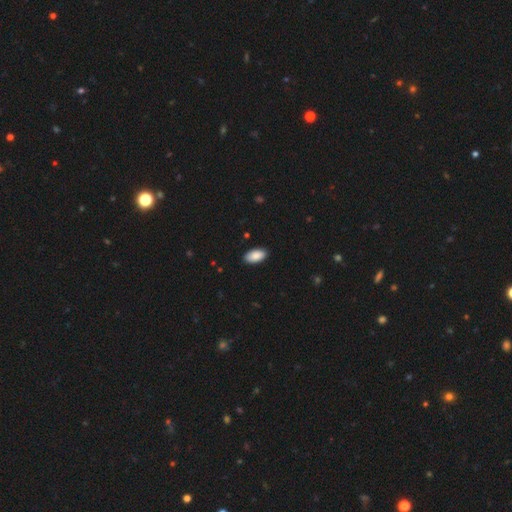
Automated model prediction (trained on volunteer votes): The model was most divided on "merging": none: 89%, minor disturbance: 8%, major disturbance: 2%, merger: 1%. More confident: how rounded — in between (95%); smooth or featured — smooth (89%).